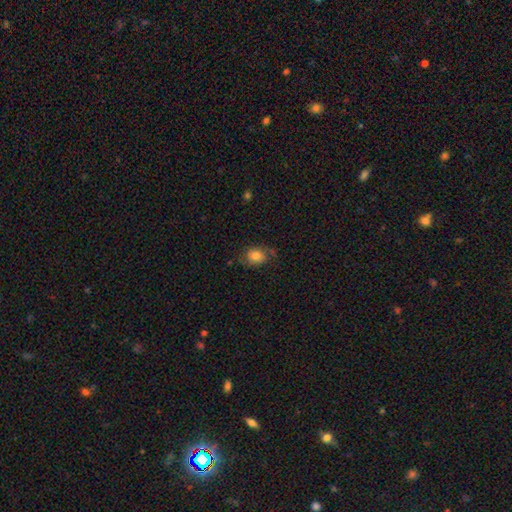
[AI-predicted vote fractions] The model was most divided on "how rounded": in between: 55%, round: 44%, cigar-shaped: 1%. More confident: smooth or featured — smooth (68%); merging — none (62%).